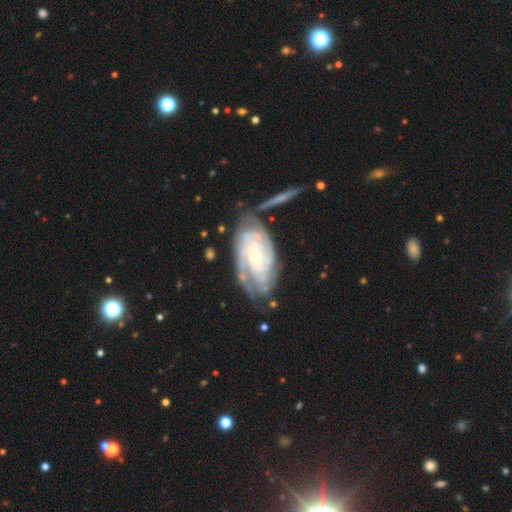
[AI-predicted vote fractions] Smooth or featured: featured or disk — 86% (smooth — 9%)
Edge-on disk: no — 95% (yes — 5%)
Bar: no — 68% (weak — 25%)
Spiral arms: yes — 96% (no — 4%)
Spiral winding: tight — 72% (medium — 23%)
Spiral arm count: can't tell — 32% (2 — 22%)
Bulge size: small — 72% (moderate — 23%)
Merging: none — 64% (minor disturbance — 21%)